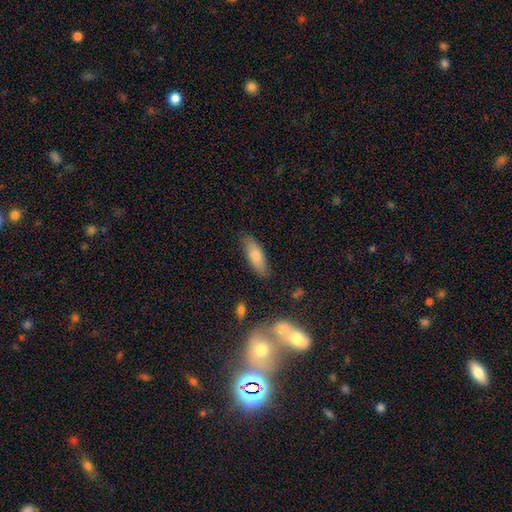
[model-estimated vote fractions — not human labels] Smooth or featured: smooth — 76% (featured or disk — 17%)
How rounded: in between — 66% (cigar-shaped — 32%)
Merging: none — 81% (minor disturbance — 15%)